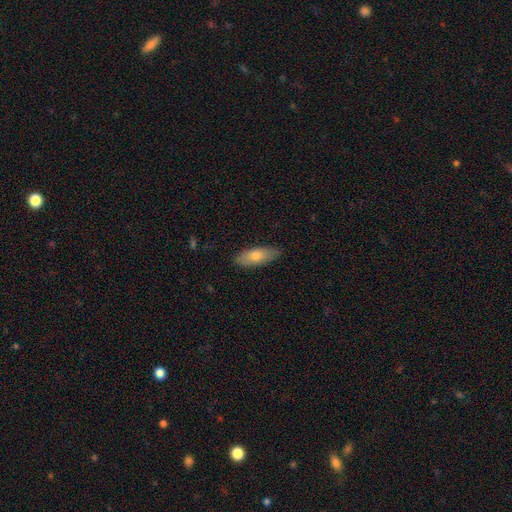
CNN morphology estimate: Overall: smooth (70%). How rounded: in between (69%). Merging: none (86%).